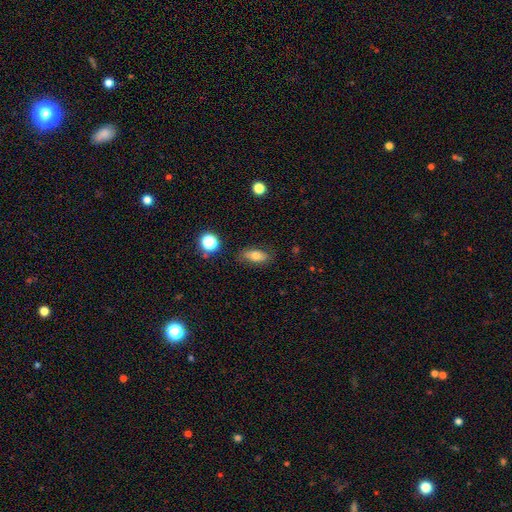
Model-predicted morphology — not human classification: A smooth galaxy with no disk features (72%) that is in between round and cigar-shaped (80%). Merging: none (81%).